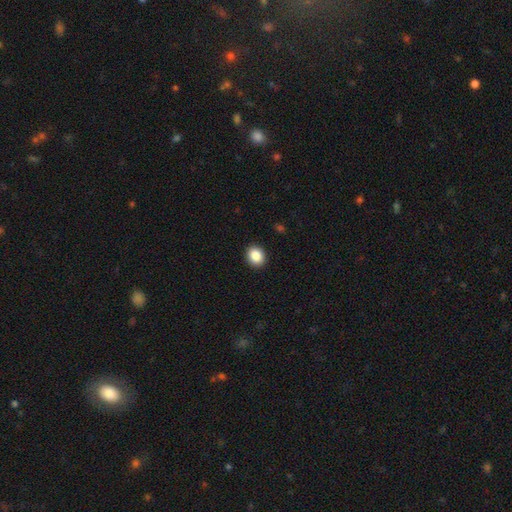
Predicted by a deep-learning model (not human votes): Smooth or featured? smooth (88%)
How rounded? round (61%)
Merging? none (92%)